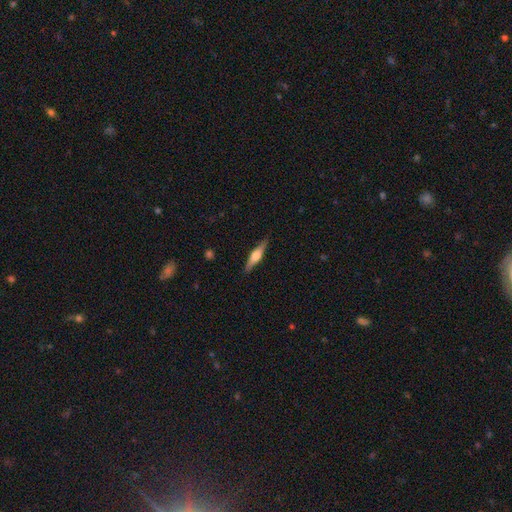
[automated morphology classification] Smooth or featured? Predicted: featured or disk (p=0.60). Edge-on disk? Predicted: yes (p=0.97). Edge-on bulge? Predicted: rounded (p=0.89). Merging? Predicted: none (p=0.89).